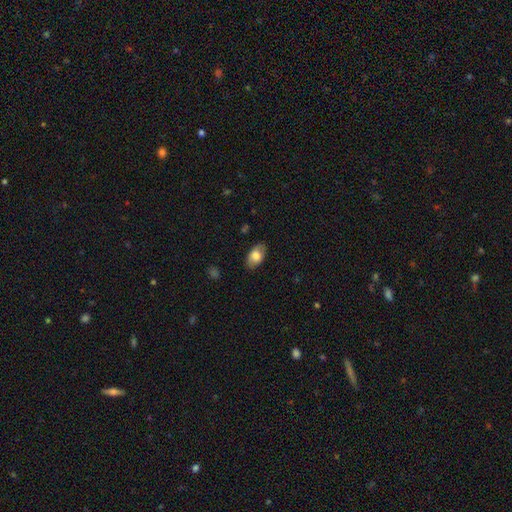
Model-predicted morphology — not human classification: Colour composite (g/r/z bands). It shows a smooth galaxy with no disk features (78%) that is in between round and cigar-shaped (92%). Merging: none (84%).